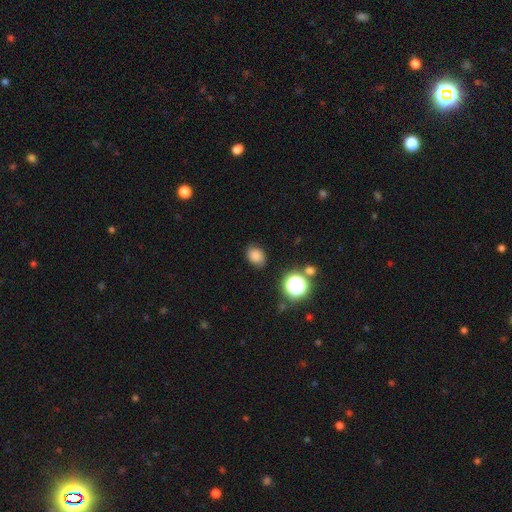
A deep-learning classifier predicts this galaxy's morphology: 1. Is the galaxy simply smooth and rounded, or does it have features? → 78% smooth, 14% star or artifact, 8% featured or disk.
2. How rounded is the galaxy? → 52% in between, 47% round, 1% cigar-shaped.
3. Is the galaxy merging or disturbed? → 77% none, 16% minor disturbance, 4% major disturbance, 2% merger.